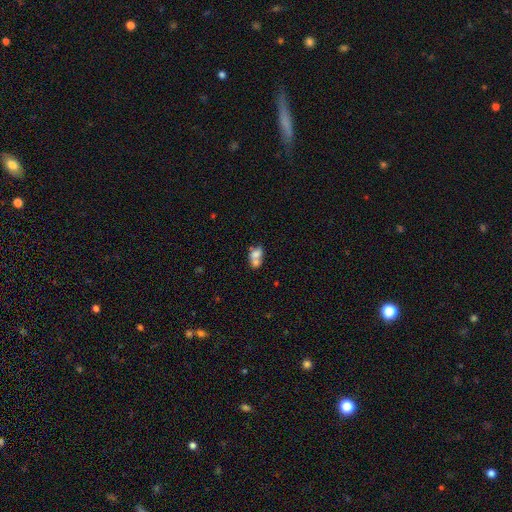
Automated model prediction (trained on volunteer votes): Overall: smooth (65%). How rounded: in between (72%). Merging: merger (63%).